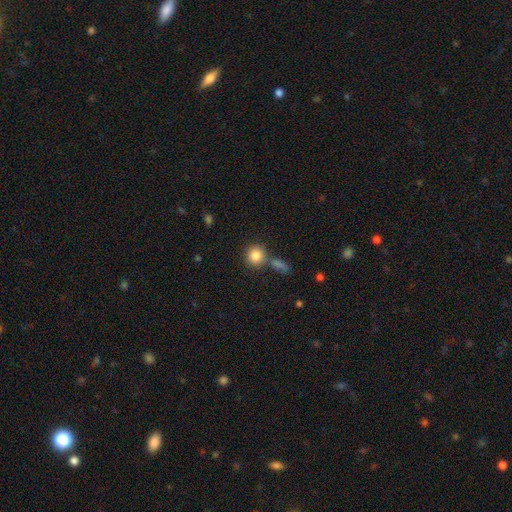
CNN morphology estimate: A smooth galaxy with no disk features (84%) that is round (87%).

Vote fractions:
- Smooth or featured? smooth: 84% / star or artifact: 9% / featured or disk: 7%
- How rounded? round: 87% / in between: 11% / cigar-shaped: 1%
- Merging? none: 67% / merger: 18% / minor disturbance: 10% / major disturbance: 4%